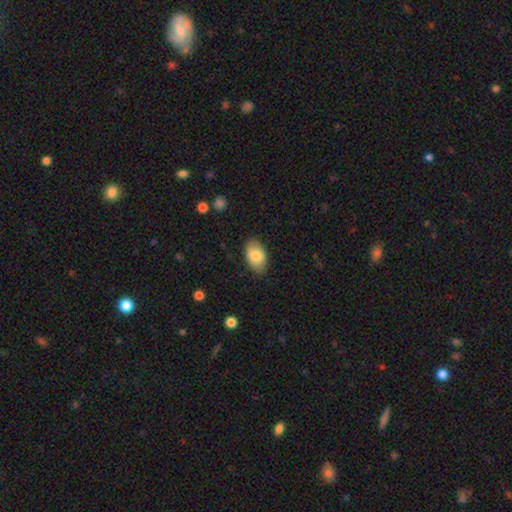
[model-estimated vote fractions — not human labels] Overall: smooth (83%). How rounded: in between (91%). Merging: none (83%).